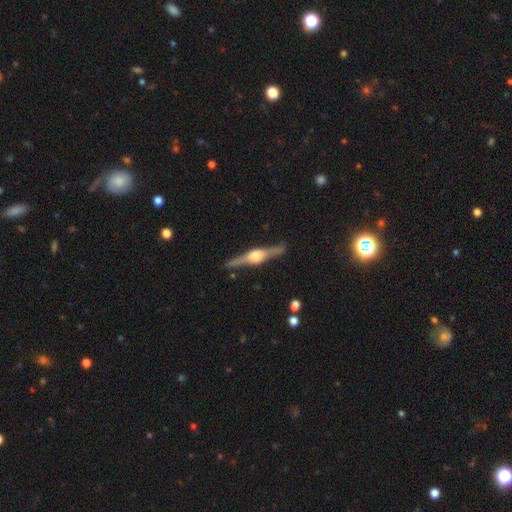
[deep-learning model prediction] This is clearly a featured or disk galaxy (83%). It is clearly viewed edge-on (98%). Edge-on bulge: clearly rounded (92%). Merging: clearly none (88%).